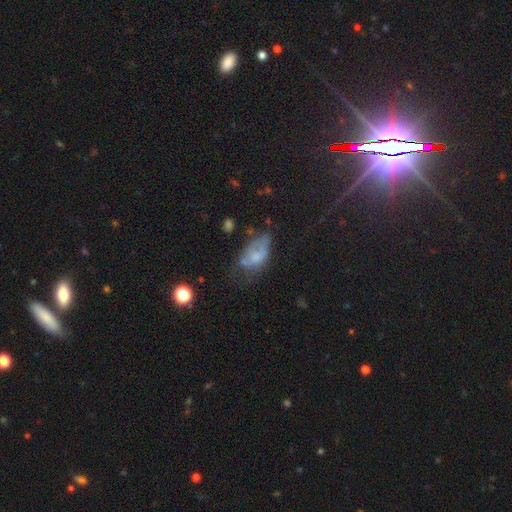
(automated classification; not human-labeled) This is possibly a smooth galaxy (56%). How rounded: clearly in between (89%). Merging: marginally major disturbance (32%, tied with minor disturbance).